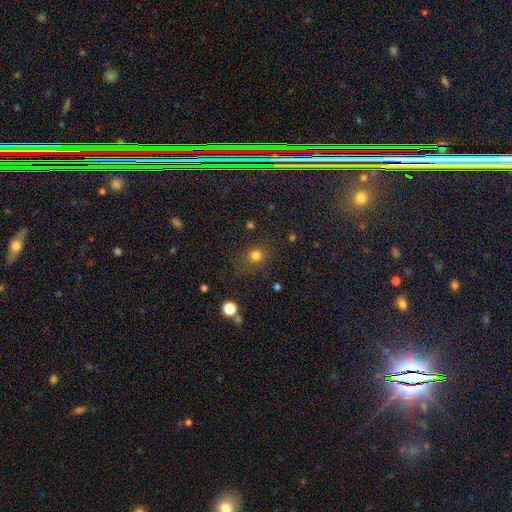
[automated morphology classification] smooth 77%, star or artifact 18%, featured or disk 5%. Down the decision tree: how rounded — round (87%); merging — none (80%).